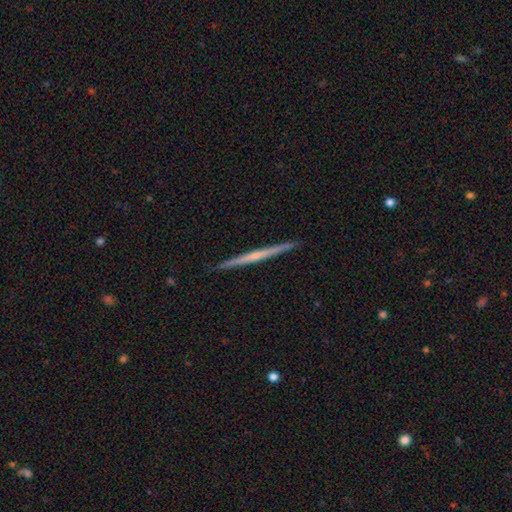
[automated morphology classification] smooth-or-featured: featured or disk: 65% | smooth: 29% | star or artifact: 5%
  disk-edge-on: yes: 98% | no: 2%
    edge-on-bulge: none: 71% | rounded: 24% | boxy: 5%
  merging: none: 92% | minor disturbance: 6% | major disturbance: 1% | merger: 1%